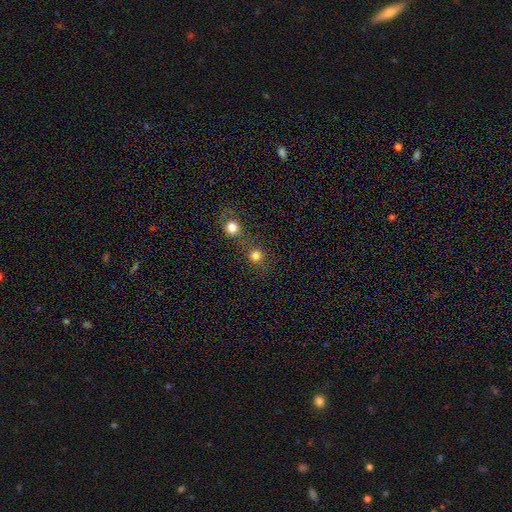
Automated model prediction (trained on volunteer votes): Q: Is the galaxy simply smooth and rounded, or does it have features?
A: smooth — 77%.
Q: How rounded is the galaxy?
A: round — 92%.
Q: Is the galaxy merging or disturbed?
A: none — 69%.